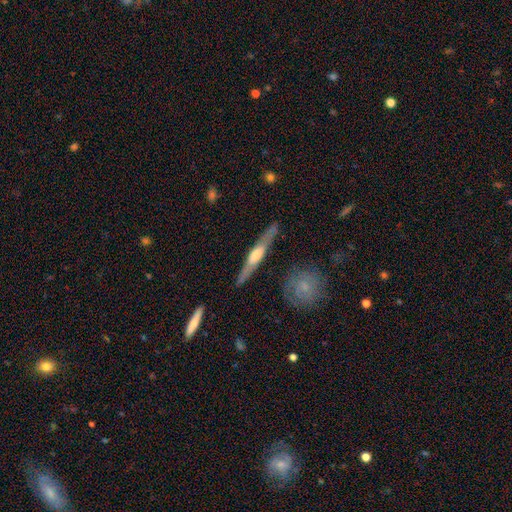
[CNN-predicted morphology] This is likely a featured or disk galaxy (66%). It is clearly viewed edge-on (92%). Edge-on bulge: likely rounded (77%). Merging: clearly none (86%).